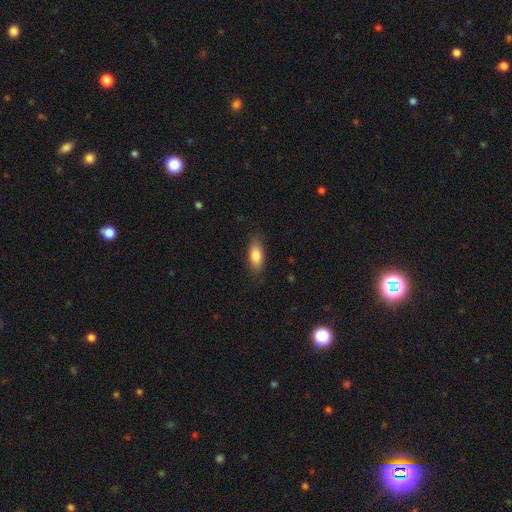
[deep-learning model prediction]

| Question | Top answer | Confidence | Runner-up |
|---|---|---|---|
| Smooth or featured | smooth | 82% | featured or disk (11%) |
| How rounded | in between | 82% | cigar-shaped (15%) |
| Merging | none | 82% | minor disturbance (14%) |